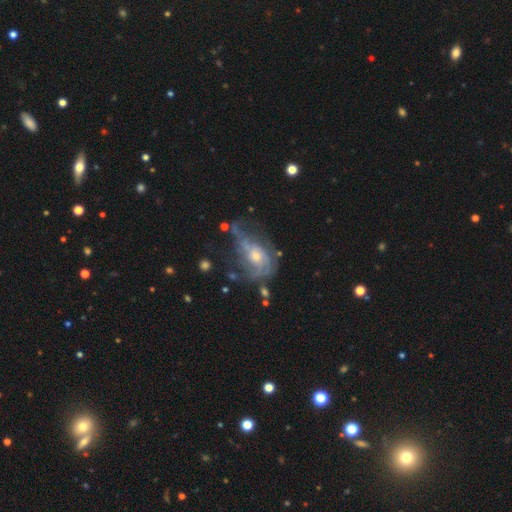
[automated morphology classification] A featured or disk galaxy (76%) with no bar (70%), medium (38%) spiral arms (81%) and a moderate central bulge (48%). Merging: none (40%).